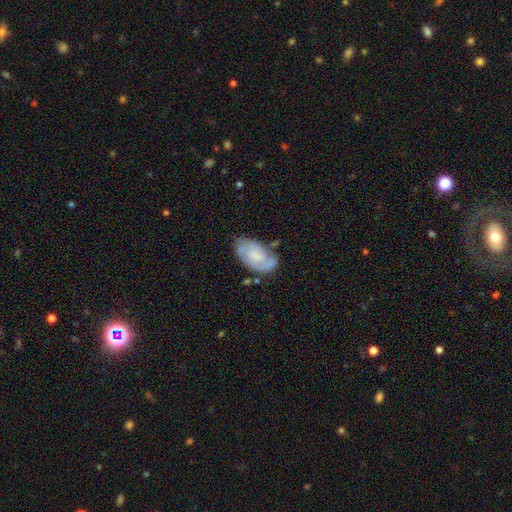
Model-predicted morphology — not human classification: Smooth or featured?
  - featured or disk: 71% *
  - smooth: 22%
  - star or artifact: 6%
Edge-on disk?
  - no: 96% *
  - yes: 4%
Bar?
  - no: 58% *
  - weak: 36%
  - strong: 6%
Spiral arms?
  - yes: 92% *
  - no: 8%
Spiral winding?
  - tight: 46% *
  - medium: 41%
  - loose: 13%
Spiral arm count?
  - 2: 62% *
  - can't tell: 18%
  - 3: 10%
  - 1: 6%
  - 4: 2%
  - more than 4: 2%
Bulge size?
  - small: 42% *
  - none: 28%
  - moderate: 24%
  - large: 4%
  - dominant: 1%
Merging?
  - none: 65% *
  - minor disturbance: 23%
  - major disturbance: 8%
  - merger: 4%